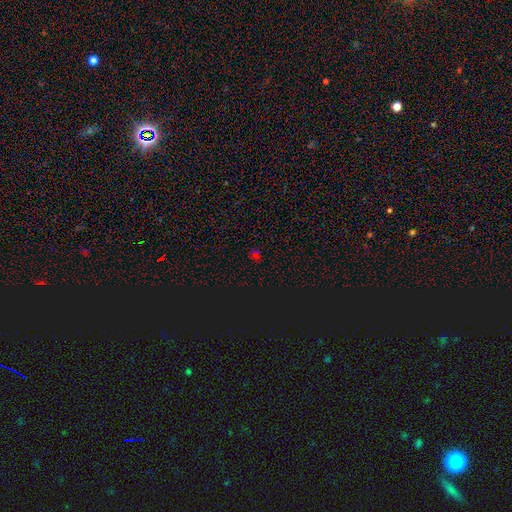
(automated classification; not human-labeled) A star or artifact, not a galaxy (61%).

Vote fractions:
- Smooth or featured? star or artifact: 61% / smooth: 32% / featured or disk: 7%